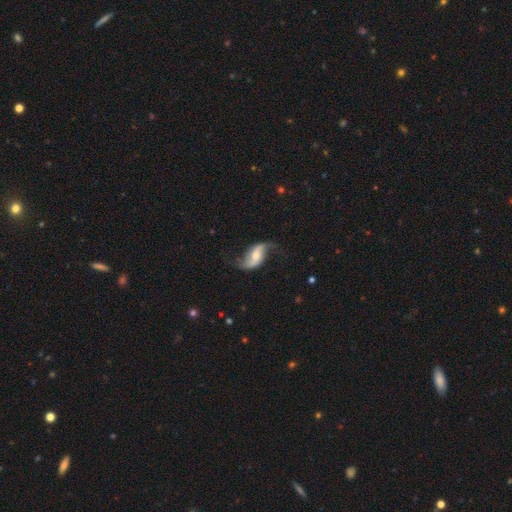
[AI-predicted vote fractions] featured or disk 84%, smooth 11%, star or artifact 5%. Down the decision tree: edge-on disk — no (95%); bar — weak (36%); spiral arms — yes (95%); spiral arm count — 2 (93%); spiral winding — loose (89%); bulge size — moderate (47%); merging — none (72%).